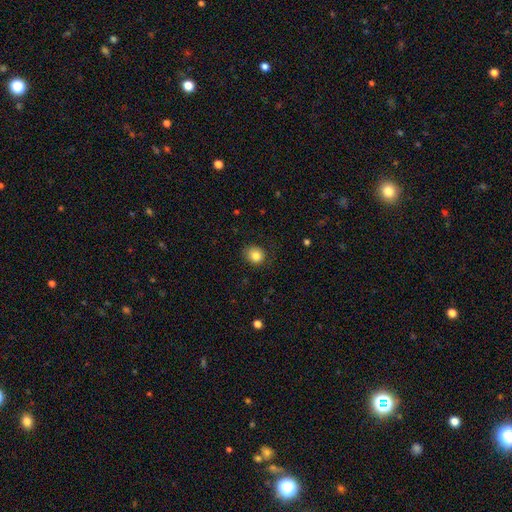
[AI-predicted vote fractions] smooth 82%, star or artifact 10%, featured or disk 7%. Down the decision tree: how rounded — round (75%); merging — none (78%).